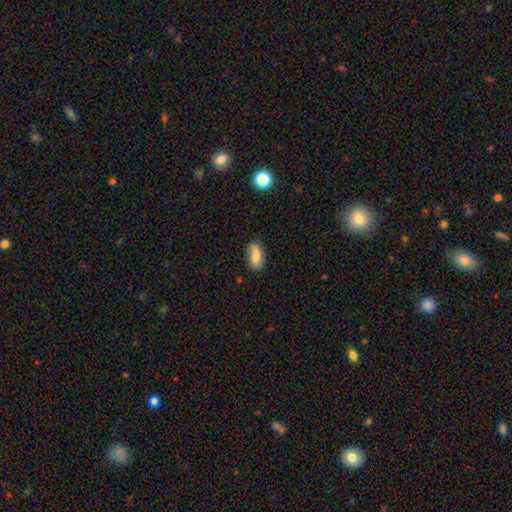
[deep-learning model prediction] This is likely a smooth galaxy (60%). How rounded: clearly in between (88%). Merging: likely none (78%).